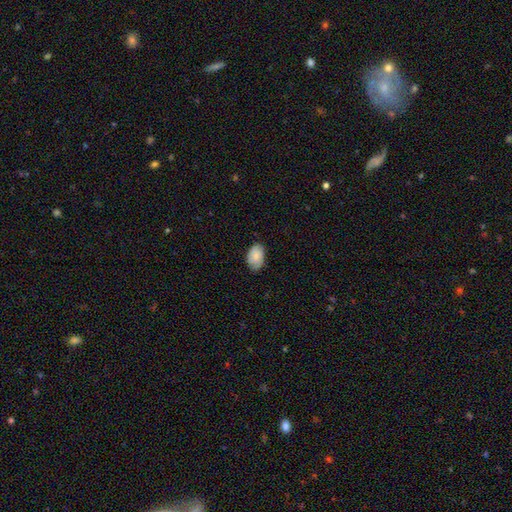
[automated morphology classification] type=smooth (83%); roundness=in between (90%); merging=none (78%).